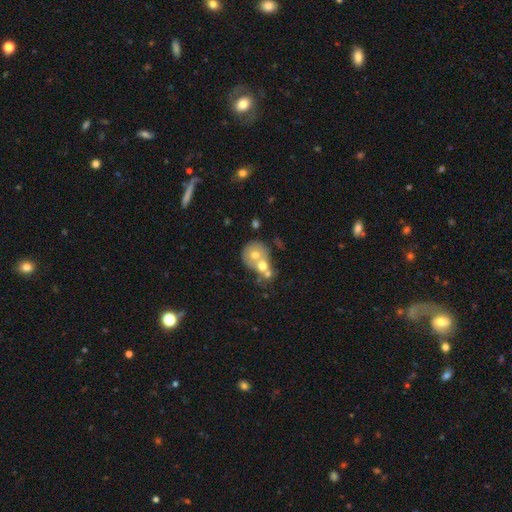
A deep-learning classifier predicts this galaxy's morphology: A smooth galaxy with no disk features (48%).

Vote fractions:
- Smooth or featured? smooth: 48% / featured or disk: 39% / star or artifact: 13%
- Merging? merger: 63% / none: 25% / minor disturbance: 7% / major disturbance: 5%